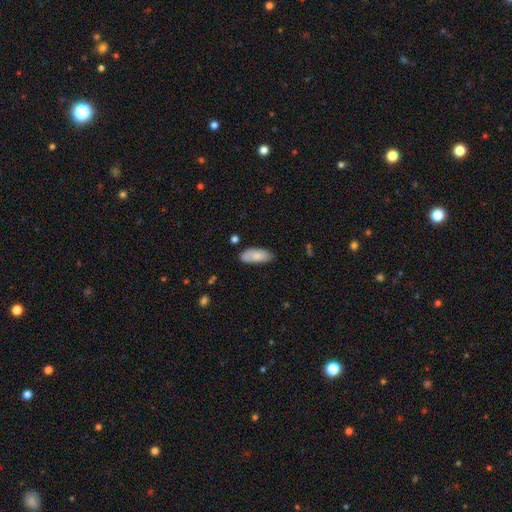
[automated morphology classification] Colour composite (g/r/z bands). It shows a smooth galaxy with no disk features (83%) that is in between round and cigar-shaped (83%). Merging: none (74%).